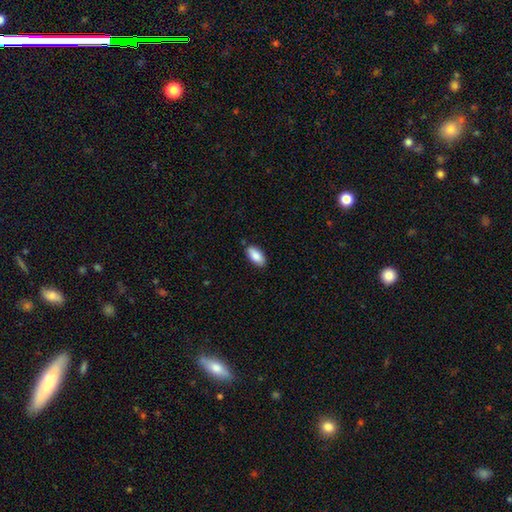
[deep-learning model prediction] The model was most divided on "merging": none: 84%, minor disturbance: 12%, major disturbance: 2%, merger: 2%. More confident: how rounded — in between (92%); smooth or featured — smooth (87%).